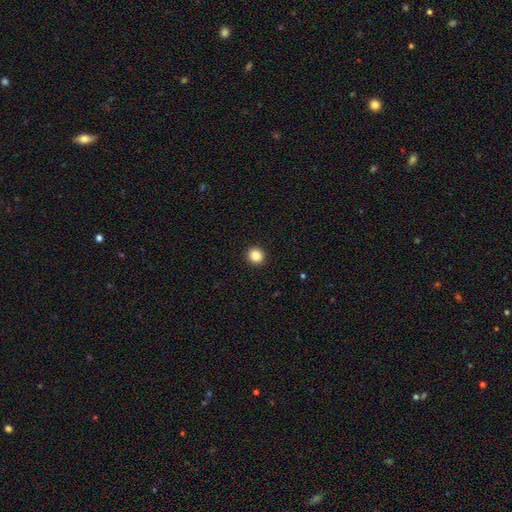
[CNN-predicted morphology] Smooth or featured? Predicted: smooth (p=0.87). How rounded? Predicted: round (p=0.88). Merging? Predicted: none (p=0.93).